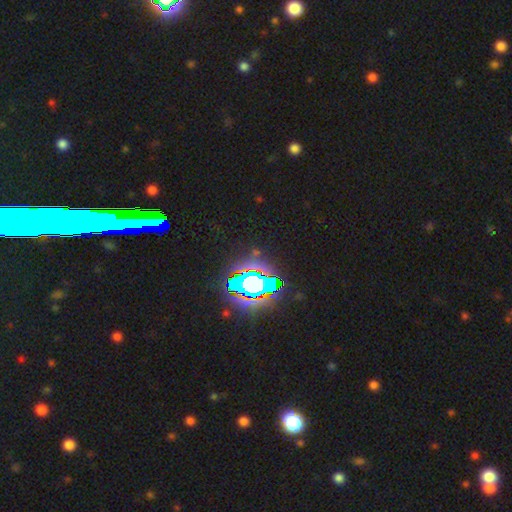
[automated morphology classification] This appears to be a star or artifact, not a galaxy (63%).